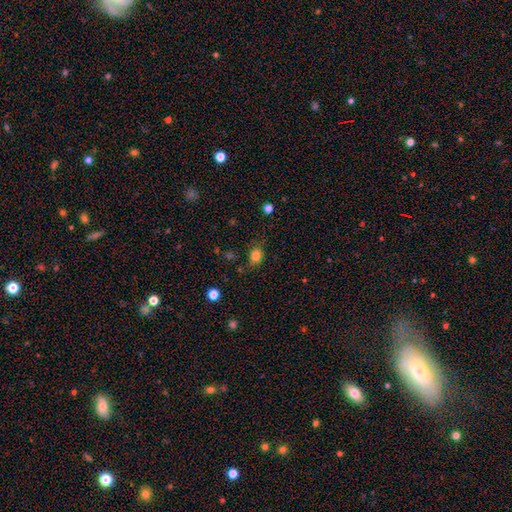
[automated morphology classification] smooth-or-featured: smooth: 82% | star or artifact: 12% | featured or disk: 6%
  how-rounded: in between: 51% | round: 47% | cigar-shaped: 1%
  merging: none: 75% | minor disturbance: 18% | major disturbance: 5% | merger: 2%